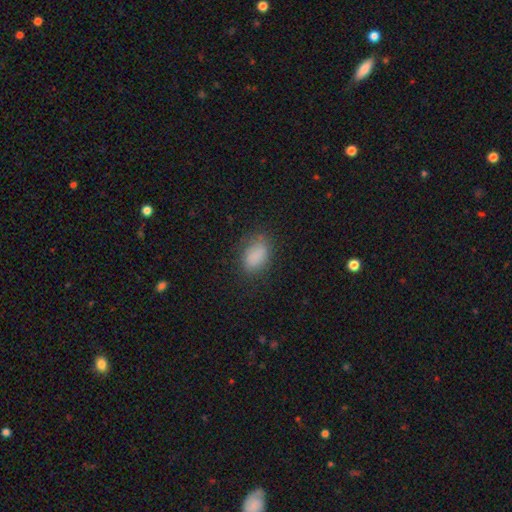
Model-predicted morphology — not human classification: Overall: smooth (84%). How rounded: in between (83%). Merging: none (72%).